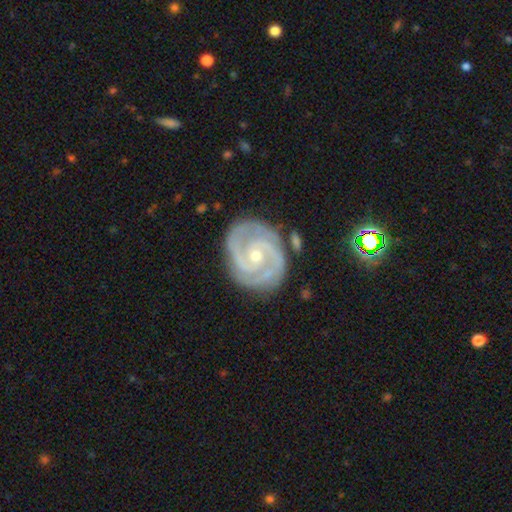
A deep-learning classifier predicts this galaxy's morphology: featured or disk 92%, star or artifact 4%, smooth 3%. Down the decision tree: edge-on disk — no (98%); bar — no (59%); spiral arms — yes (99%); spiral arm count — 2 (66%); spiral winding — tight (63%); bulge size — small (65%); merging — none (79%).